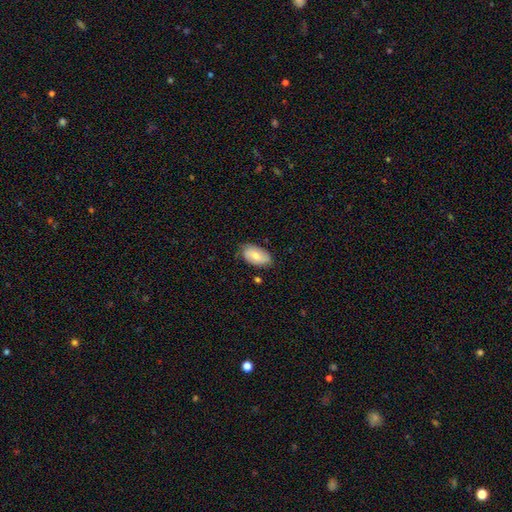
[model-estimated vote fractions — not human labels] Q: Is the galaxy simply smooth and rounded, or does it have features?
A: smooth — 71%.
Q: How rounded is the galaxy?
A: in between — 94%.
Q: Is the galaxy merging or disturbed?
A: none — 75%.